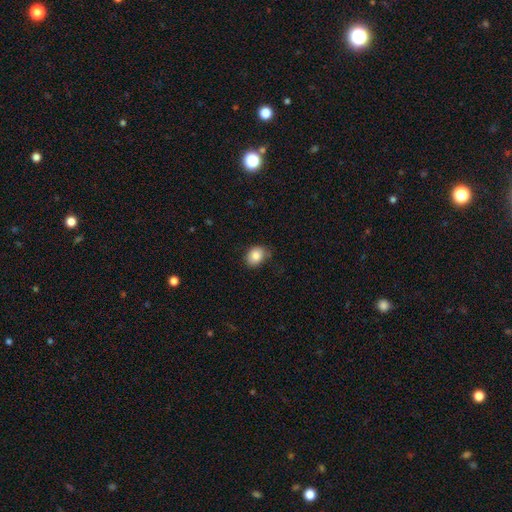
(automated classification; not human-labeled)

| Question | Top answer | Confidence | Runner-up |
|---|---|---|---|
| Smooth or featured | smooth | 84% | star or artifact (9%) |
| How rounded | in between | 53% | round (46%) |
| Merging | none | 74% | minor disturbance (20%) |